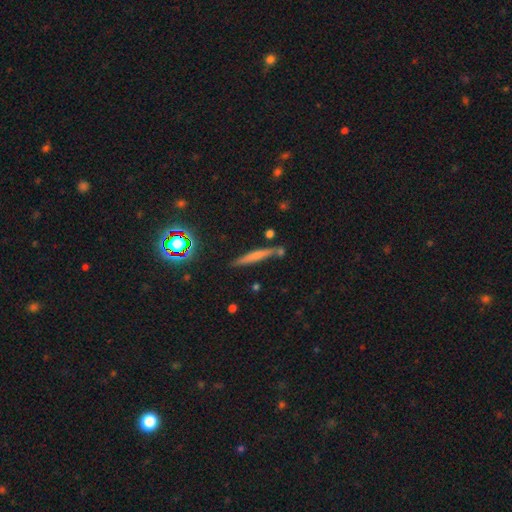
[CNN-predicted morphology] Q: Smooth or featured?
A: smooth (52%); runner-up: featured or disk (36%)
Q: How rounded?
A: cigar-shaped (92%); runner-up: in between (5%)
Q: Merging?
A: none (75%); runner-up: minor disturbance (13%)